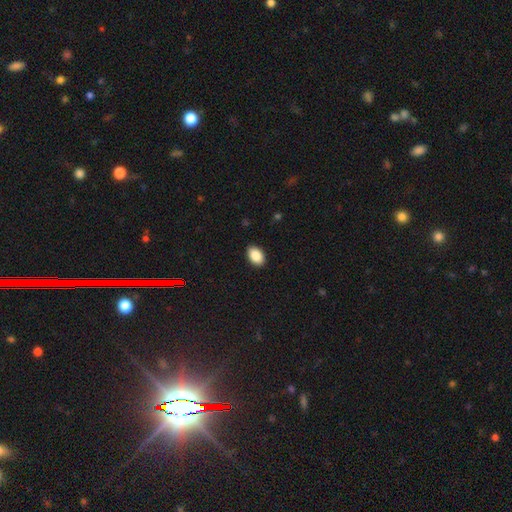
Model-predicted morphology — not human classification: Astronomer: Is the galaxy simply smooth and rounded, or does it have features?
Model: smooth — 88%.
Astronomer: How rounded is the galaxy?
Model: in between — 89%.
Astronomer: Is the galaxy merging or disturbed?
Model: none — 90%.